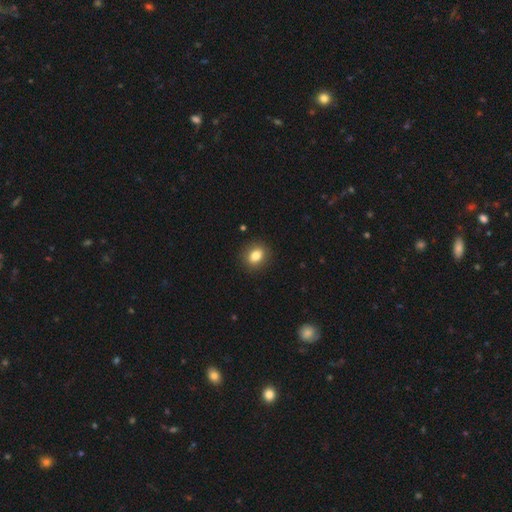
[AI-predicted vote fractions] Smooth or featured?
  - smooth: 83% *
  - star or artifact: 9%
  - featured or disk: 8%
How rounded?
  - in between: 53% *
  - round: 46%
  - cigar-shaped: 1%
Merging?
  - none: 89% *
  - minor disturbance: 8%
  - major disturbance: 2%
  - merger: 1%